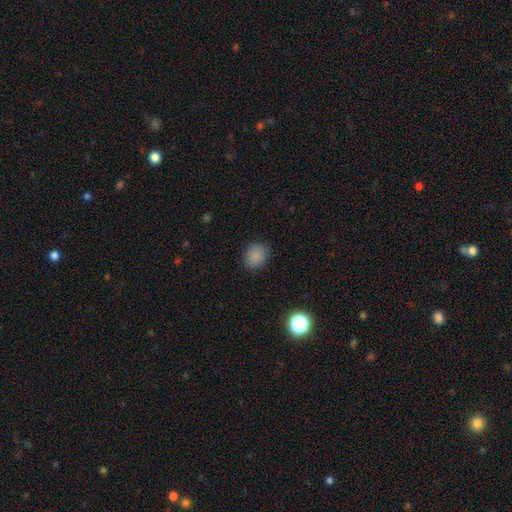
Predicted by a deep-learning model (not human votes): Morphology: type=smooth (85%); roundness=round (62%); merging=none (86%).